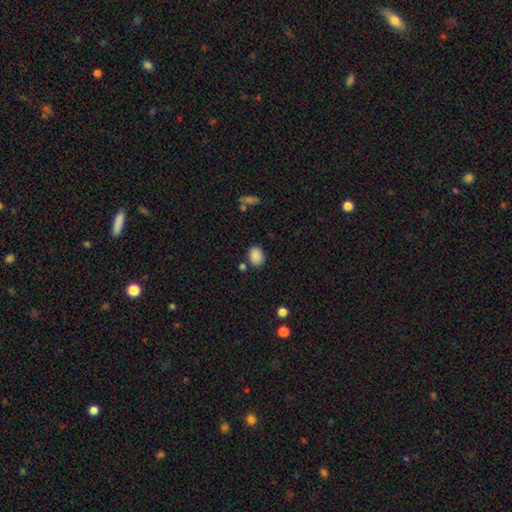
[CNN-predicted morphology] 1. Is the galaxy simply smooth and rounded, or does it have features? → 87% smooth, 9% star or artifact, 4% featured or disk.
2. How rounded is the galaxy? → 71% in between, 28% round, 1% cigar-shaped.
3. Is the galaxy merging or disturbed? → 78% none, 12% minor disturbance, 6% merger, 4% major disturbance.